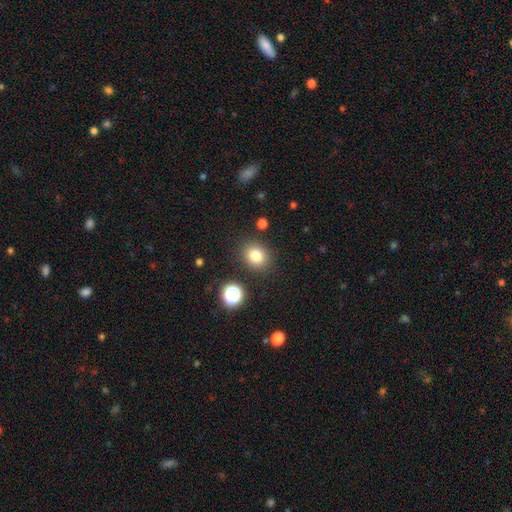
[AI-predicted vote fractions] This appears to be a smooth galaxy with no disk features (80%) that is round (66%). Merging: none (85%).